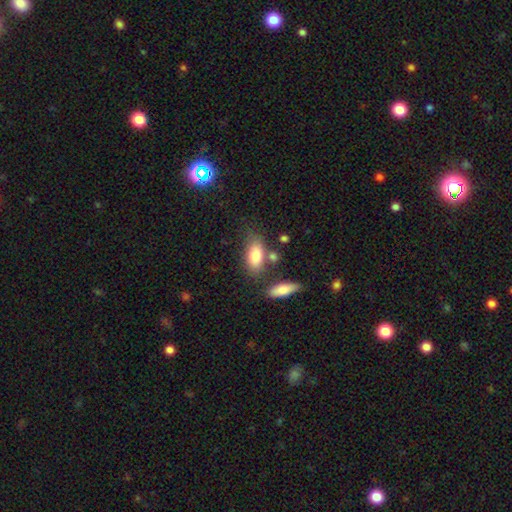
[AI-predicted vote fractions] smooth 80%, featured or disk 13%, star or artifact 7%. Down the decision tree: how rounded — in between (86%); merging — none (61%).